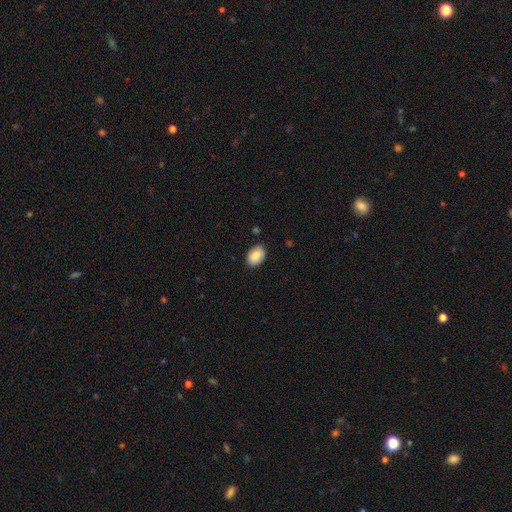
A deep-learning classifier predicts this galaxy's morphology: Overall: smooth (85%). How rounded: in between (83%). Merging: none (85%).